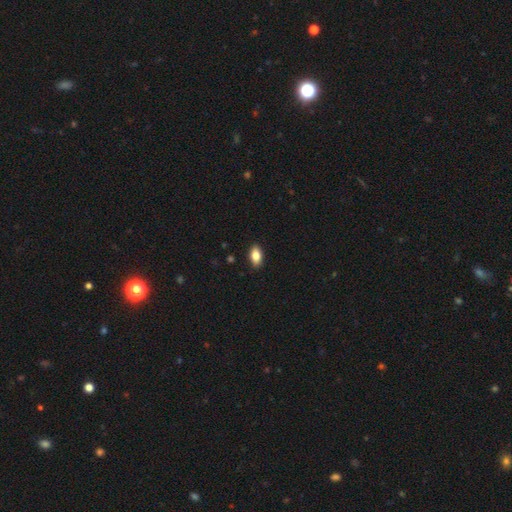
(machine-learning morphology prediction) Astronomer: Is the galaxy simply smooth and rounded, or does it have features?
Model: smooth — 82%.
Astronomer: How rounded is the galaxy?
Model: in between — 90%.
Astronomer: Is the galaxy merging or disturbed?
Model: none — 90%.